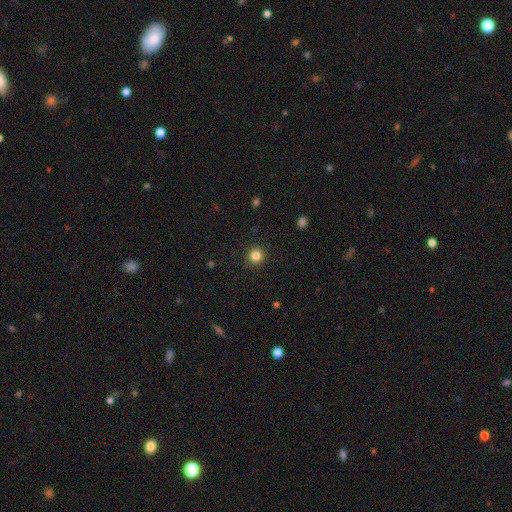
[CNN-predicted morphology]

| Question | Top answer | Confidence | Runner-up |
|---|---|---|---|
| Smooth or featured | smooth | 83% | star or artifact (12%) |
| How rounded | round | 95% | in between (4%) |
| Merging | none | 92% | minor disturbance (5%) |